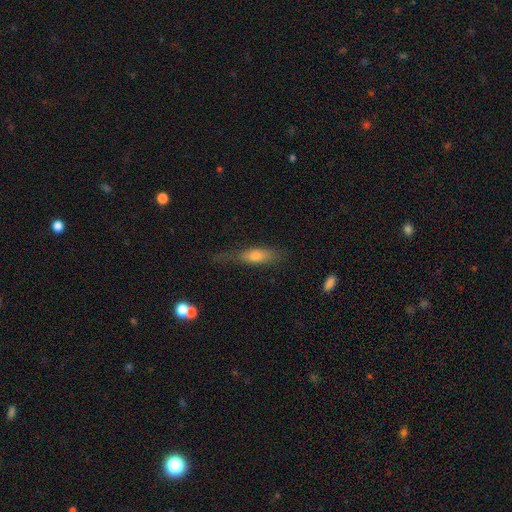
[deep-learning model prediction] smooth 63%, featured or disk 28%, star or artifact 9%. Down the decision tree: how rounded — cigar-shaped (57%); merging — none (53%).